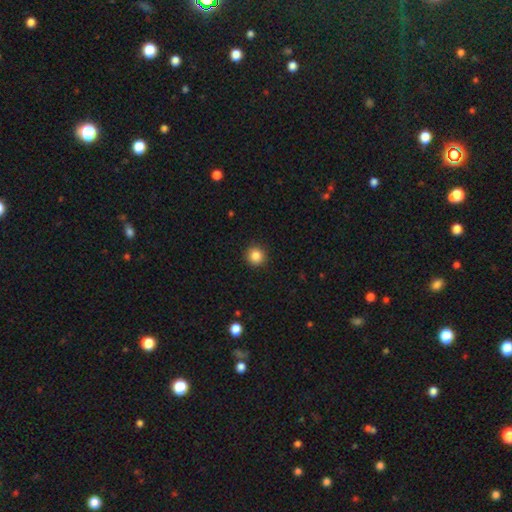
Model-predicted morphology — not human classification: A smooth galaxy with no disk features (86%) that is round (93%).

Vote fractions:
- Smooth or featured? smooth: 86% / star or artifact: 10% / featured or disk: 4%
- How rounded? round: 93% / in between: 6% / cigar-shaped: 1%
- Merging? none: 91% / minor disturbance: 6% / major disturbance: 2% / merger: 1%